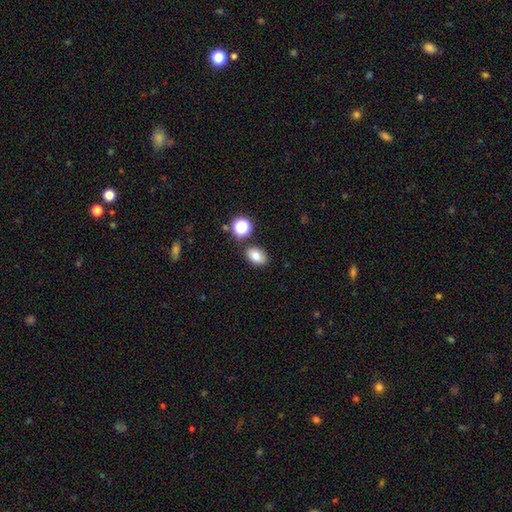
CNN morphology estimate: smooth 80%, star or artifact 12%, featured or disk 9%. Down the decision tree: how rounded — in between (82%); merging — none (82%).